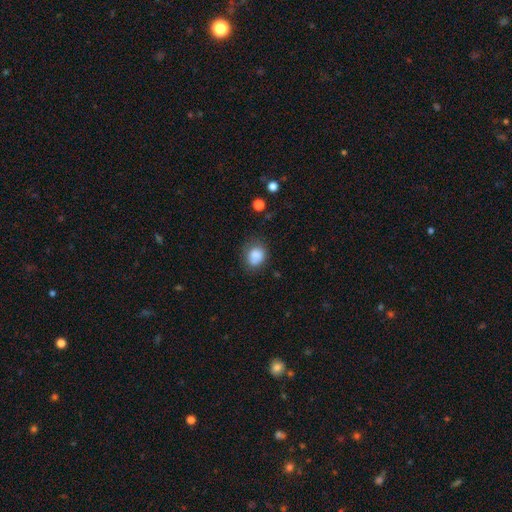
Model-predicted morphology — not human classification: type=smooth (82%); roundness=round (65%); merging=none (59%).